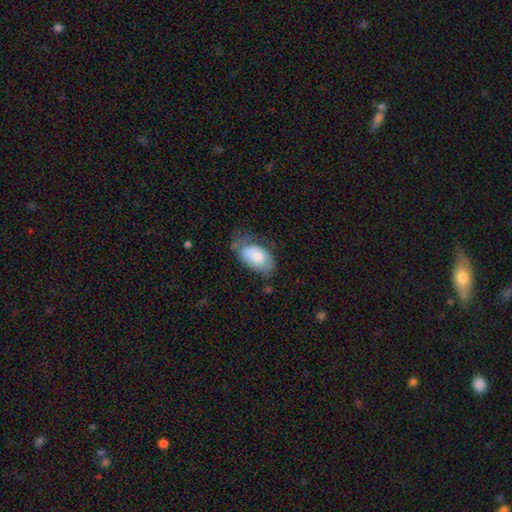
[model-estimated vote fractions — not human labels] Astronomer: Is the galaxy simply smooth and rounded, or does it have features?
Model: smooth — 69%.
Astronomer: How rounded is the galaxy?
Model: in between — 94%.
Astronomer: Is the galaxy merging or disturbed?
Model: none — 40% (runner-up: minor disturbance, 35%).